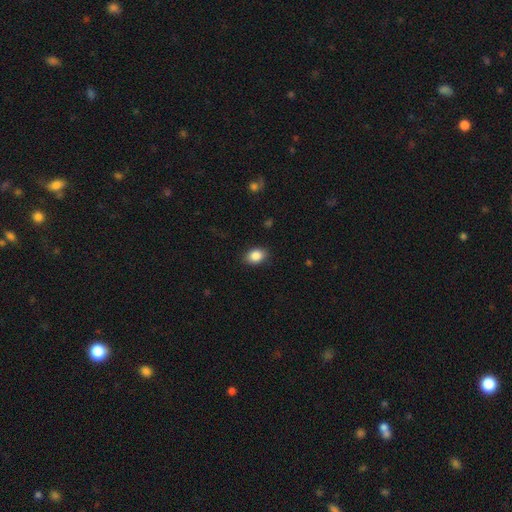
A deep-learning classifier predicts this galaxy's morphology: smooth 86%, star or artifact 8%, featured or disk 5%. Down the decision tree: how rounded — in between (75%); merging — none (87%).